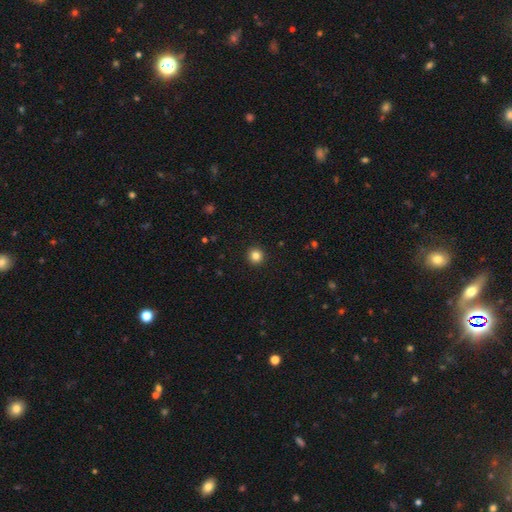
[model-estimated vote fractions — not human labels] Smooth or featured? Predicted: smooth (p=0.84). How rounded? Predicted: round (p=0.94). Merging? Predicted: none (p=0.93).